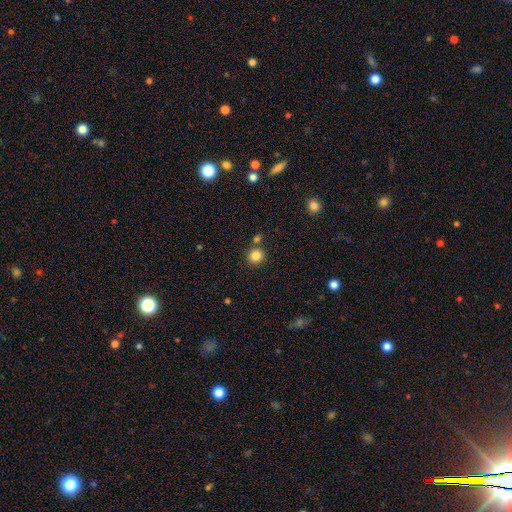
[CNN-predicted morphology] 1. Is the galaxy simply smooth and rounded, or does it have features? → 84% smooth, 12% star or artifact, 5% featured or disk.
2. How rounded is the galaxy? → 92% round, 7% in between, 1% cigar-shaped.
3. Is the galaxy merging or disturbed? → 80% none, 10% merger, 8% minor disturbance, 2% major disturbance.